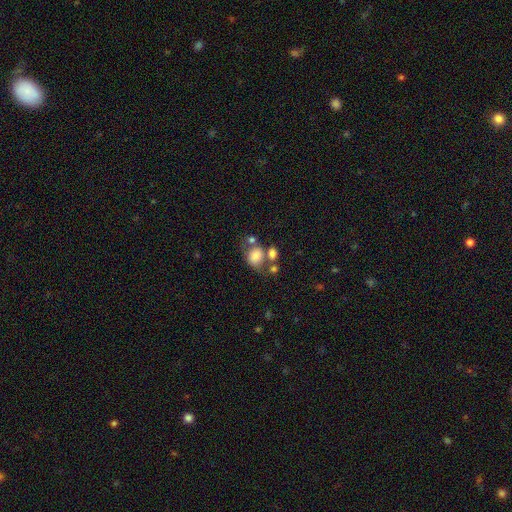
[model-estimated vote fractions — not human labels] smooth_or_featured: smooth (p=0.76) [alt: featured or disk p=0.14]
how_rounded: in between (p=0.53) [alt: round p=0.45]
merging: none (p=0.39) [alt: merger p=0.32]